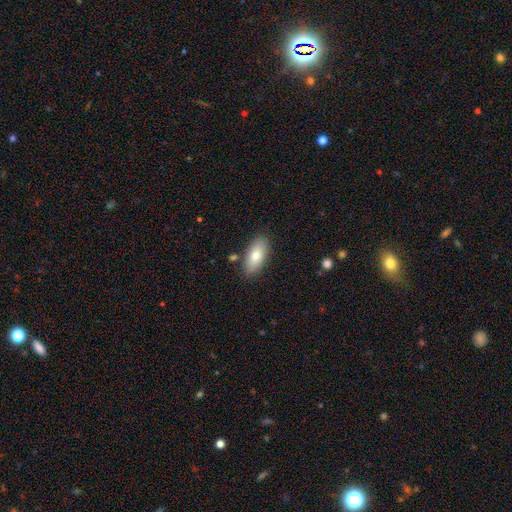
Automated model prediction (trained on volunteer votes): Morphology: type=smooth (78%); roundness=in between (87%); merging=none (84%).